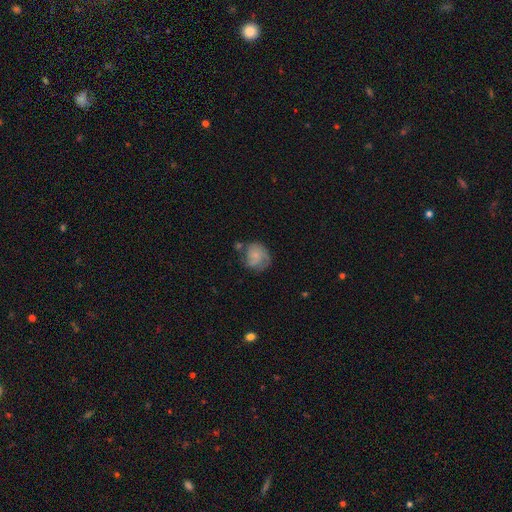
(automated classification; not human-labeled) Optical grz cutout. It shows a smooth galaxy with no disk features (49%). Merging: none (49%).